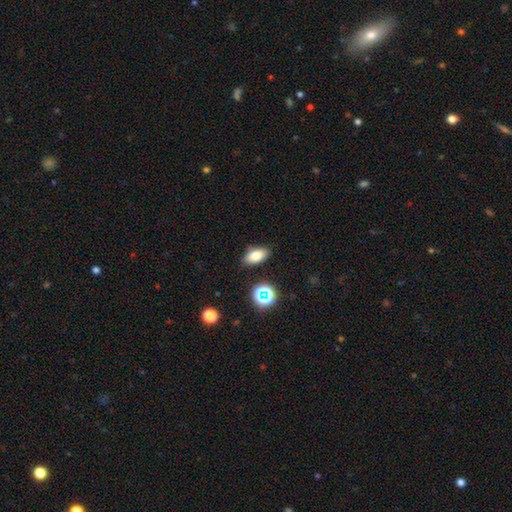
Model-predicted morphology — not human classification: smooth 78%, star or artifact 12%, featured or disk 10%. Down the decision tree: how rounded — in between (88%); merging — none (85%).